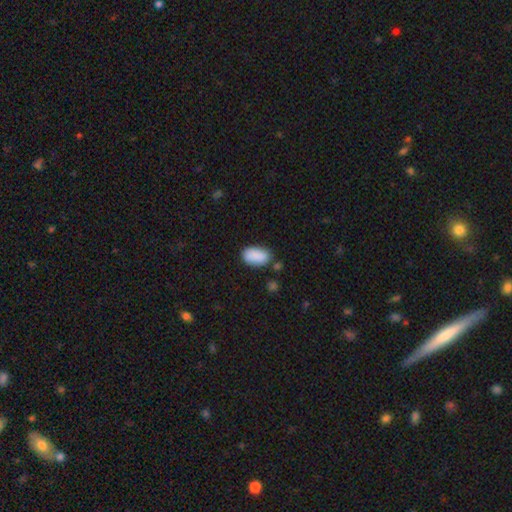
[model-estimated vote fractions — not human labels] smooth-or-featured: smooth: 89% | star or artifact: 7% | featured or disk: 4%
  how-rounded: in between: 94% | round: 4% | cigar-shaped: 2%
  merging: none: 75% | minor disturbance: 16% | merger: 5% | major disturbance: 4%